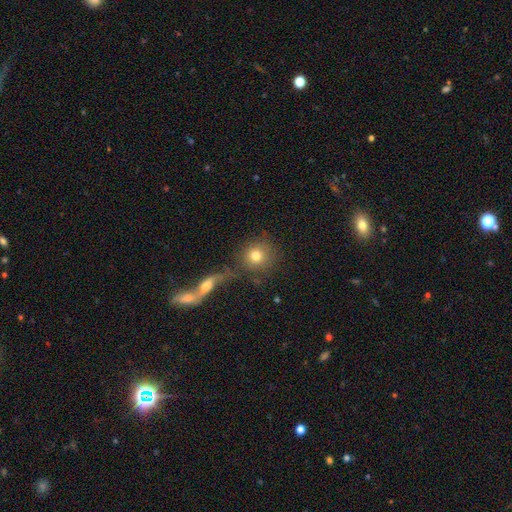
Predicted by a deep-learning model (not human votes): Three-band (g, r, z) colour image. It shows a smooth galaxy with no disk features (76%) that is round (89%). Merging: none (65%).